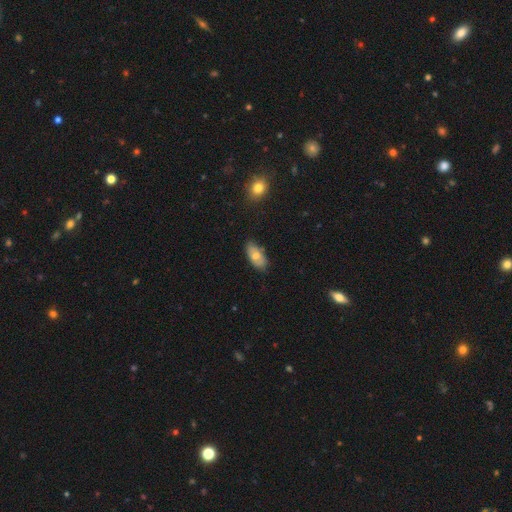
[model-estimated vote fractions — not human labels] Smooth or featured: smooth — 63% (featured or disk — 29%)
How rounded: in between — 91% (cigar-shaped — 5%)
Merging: none — 78% (minor disturbance — 18%)